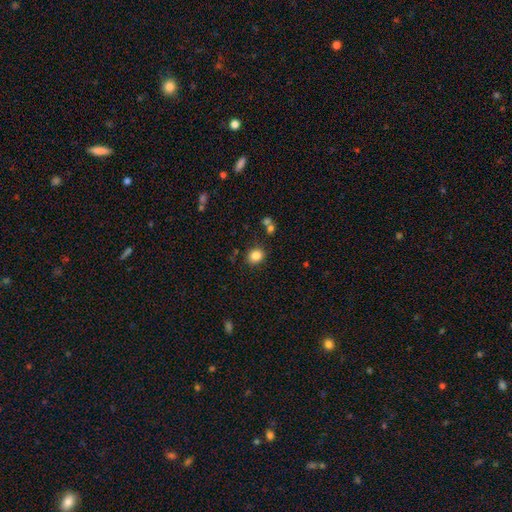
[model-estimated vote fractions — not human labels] Smooth or featured?
  - smooth: 84% *
  - star or artifact: 10%
  - featured or disk: 6%
How rounded?
  - round: 67% *
  - in between: 32%
  - cigar-shaped: 1%
Merging?
  - none: 84% *
  - minor disturbance: 10%
  - merger: 3%
  - major disturbance: 3%